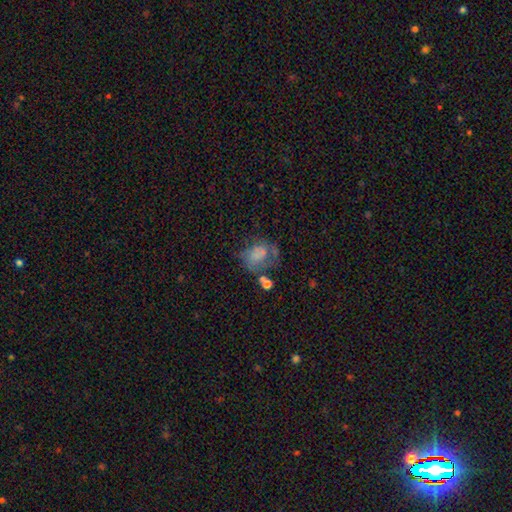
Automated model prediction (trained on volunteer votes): This appears to be a smooth galaxy with no disk features (51%) that is in between round and cigar-shaped (52%). Merging: major disturbance (34%).